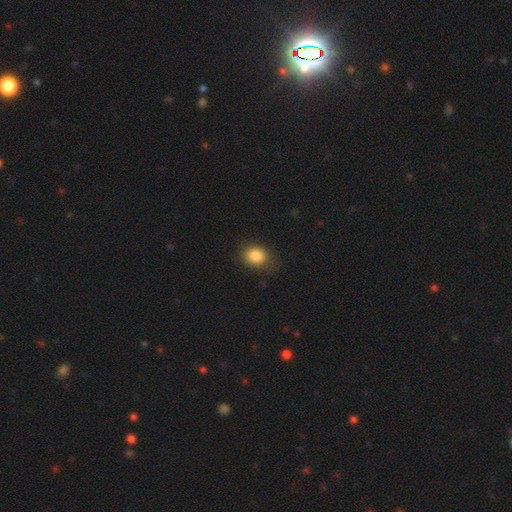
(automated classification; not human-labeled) Smooth or featured? smooth (84%)
How rounded? in between (51%)
Merging? none (73%)